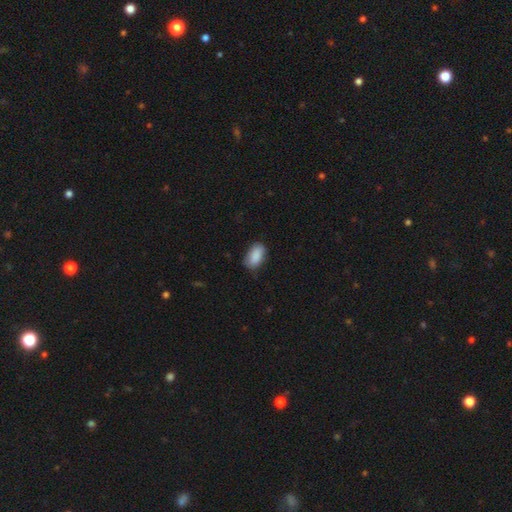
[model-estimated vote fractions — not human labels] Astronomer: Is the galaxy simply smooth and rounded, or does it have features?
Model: smooth — 88%.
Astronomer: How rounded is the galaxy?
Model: in between — 92%.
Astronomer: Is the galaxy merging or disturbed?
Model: none — 74%.